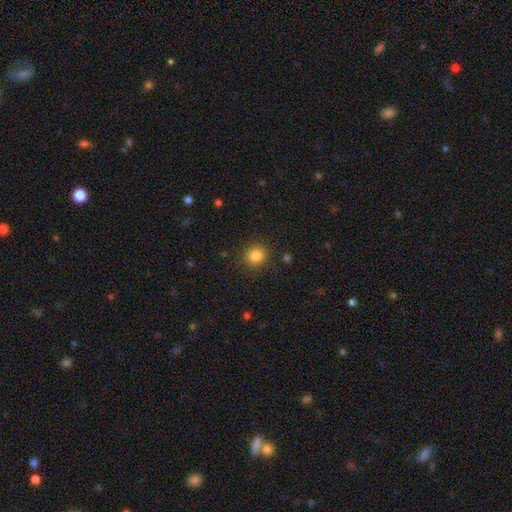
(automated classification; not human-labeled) Smooth or featured? Predicted: smooth (p=0.84). How rounded? Predicted: round (p=0.87). Merging? Predicted: none (p=0.88).